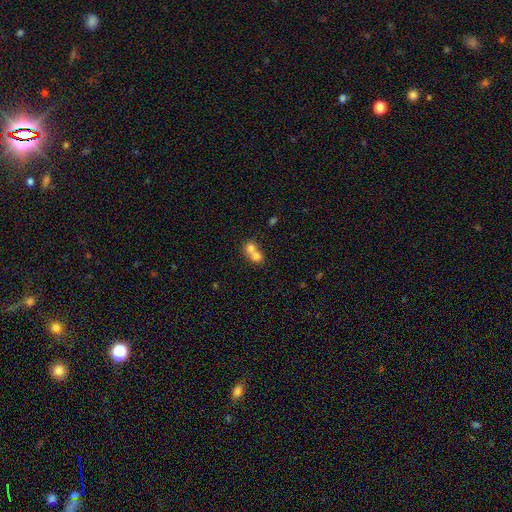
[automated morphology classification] Q: Smooth or featured?
A: smooth (73%); runner-up: featured or disk (17%)
Q: How rounded?
A: round (71%); runner-up: in between (28%)
Q: Merging?
A: merger (72%); runner-up: none (22%)